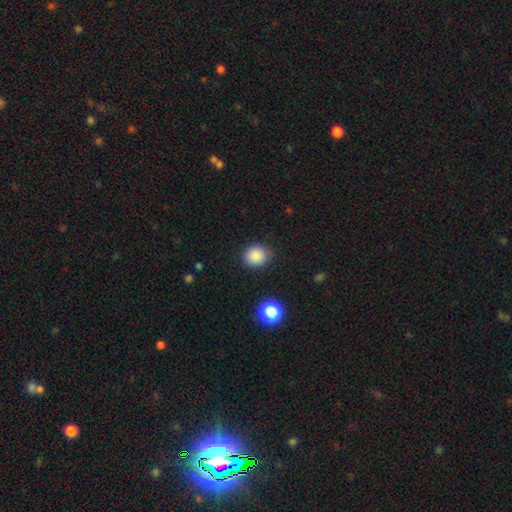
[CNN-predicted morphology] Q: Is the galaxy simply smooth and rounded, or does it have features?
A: smooth — 87%.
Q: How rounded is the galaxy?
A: round — 74%.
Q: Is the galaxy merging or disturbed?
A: none — 84%.